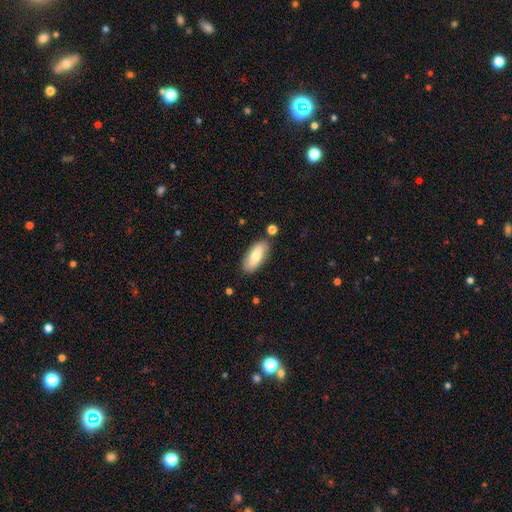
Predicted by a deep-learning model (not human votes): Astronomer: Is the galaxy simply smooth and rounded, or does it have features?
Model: smooth — 72%.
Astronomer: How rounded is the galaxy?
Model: in between — 79%.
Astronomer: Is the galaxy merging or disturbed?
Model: none — 83%.